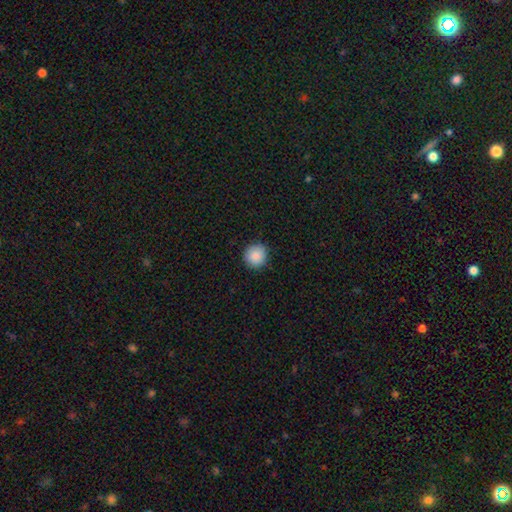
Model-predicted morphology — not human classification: smooth 89%, star or artifact 8%, featured or disk 3%. Down the decision tree: how rounded — round (93%); merging — none (90%).